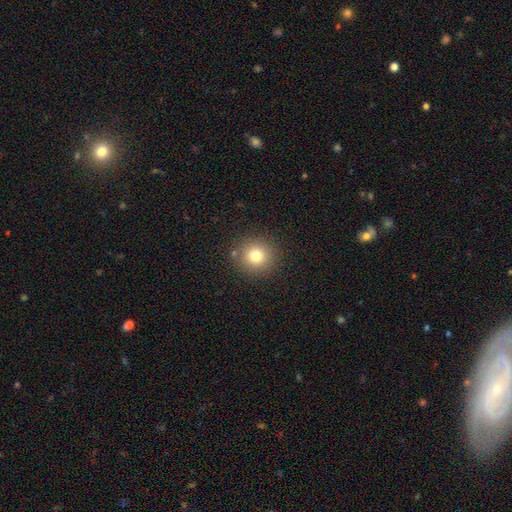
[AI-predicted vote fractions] Smooth or featured?
  - smooth: 78% *
  - star or artifact: 13%
  - featured or disk: 9%
How rounded?
  - round: 92% *
  - in between: 7%
  - cigar-shaped: 1%
Merging?
  - none: 87% *
  - minor disturbance: 7%
  - major disturbance: 3%
  - merger: 2%